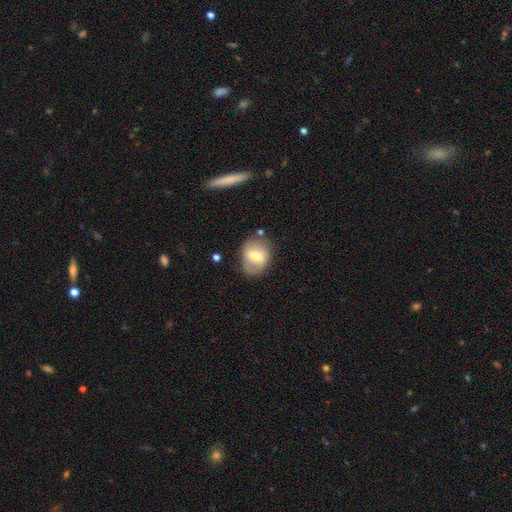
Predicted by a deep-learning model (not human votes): A smooth galaxy with no disk features (55%) that is in between round and cigar-shaped (54%).

Vote fractions:
- Smooth or featured? smooth: 55% / featured or disk: 37% / star or artifact: 8%
- How rounded? in between: 54% / round: 44% / cigar-shaped: 1%
- Merging? none: 70% / minor disturbance: 19% / major disturbance: 7% / merger: 4%